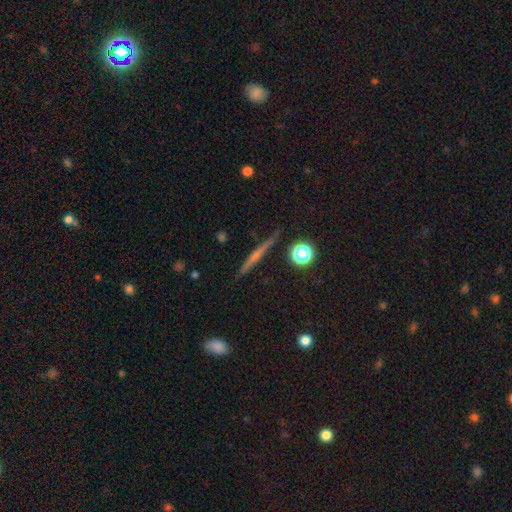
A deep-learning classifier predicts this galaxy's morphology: Smooth or featured? Predicted: featured or disk (p=0.65). Edge-on disk? Predicted: yes (p=0.98). Edge-on bulge? Predicted: rounded (p=0.52). Merging? Predicted: none (p=0.89).